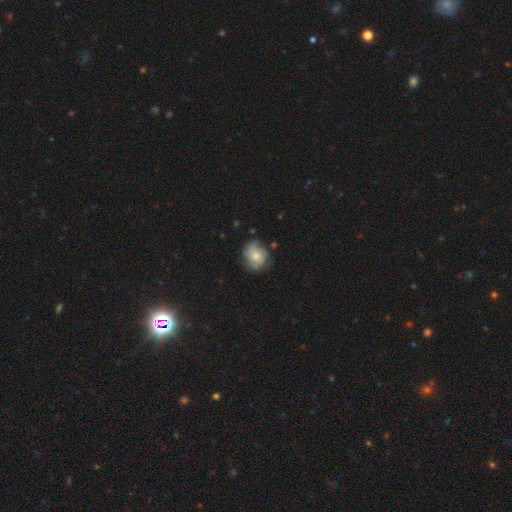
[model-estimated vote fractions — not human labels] Morphology: type=featured or disk (53%); edge-on=no (97%); bar=no (81%); spiral arms=yes (81%); bulge=moderate (51%); merging=none (67%).